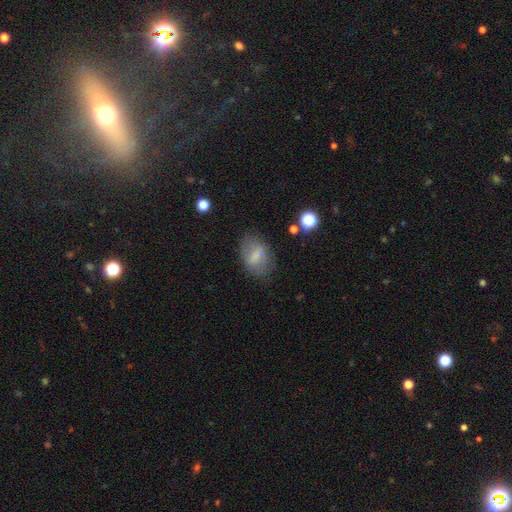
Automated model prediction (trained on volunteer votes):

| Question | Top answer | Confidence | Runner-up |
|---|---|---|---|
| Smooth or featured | smooth | 63% | featured or disk (26%) |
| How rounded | in between | 82% | round (15%) |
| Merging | none | 68% | minor disturbance (20%) |